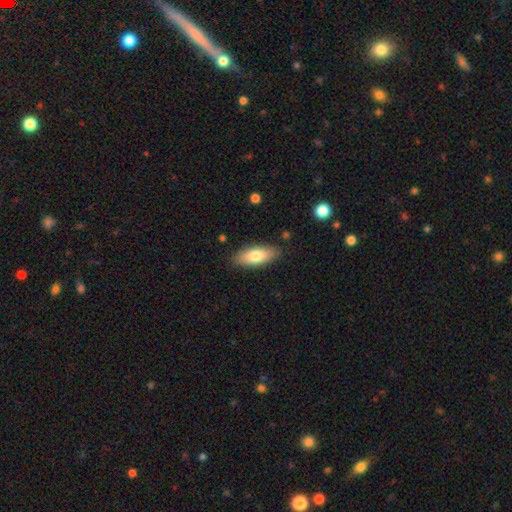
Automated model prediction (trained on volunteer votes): Smooth or featured: smooth — 75% (featured or disk — 18%)
How rounded: in between — 77% (cigar-shaped — 21%)
Merging: none — 86% (minor disturbance — 11%)